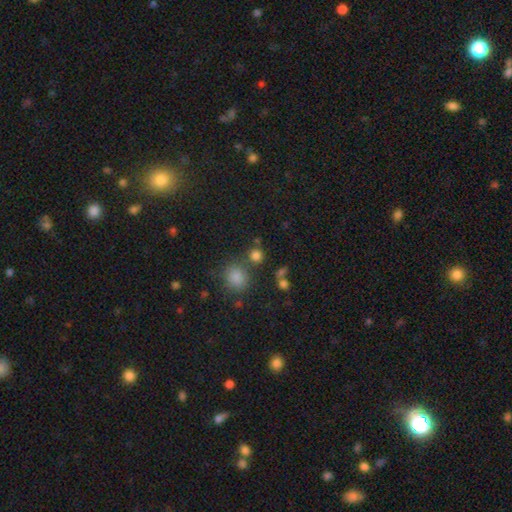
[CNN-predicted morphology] smooth_or_featured: smooth (p=0.78) [alt: star or artifact p=0.16]
how_rounded: round (p=0.86) [alt: in between p=0.13]
merging: none (p=0.71) [alt: merger p=0.16]